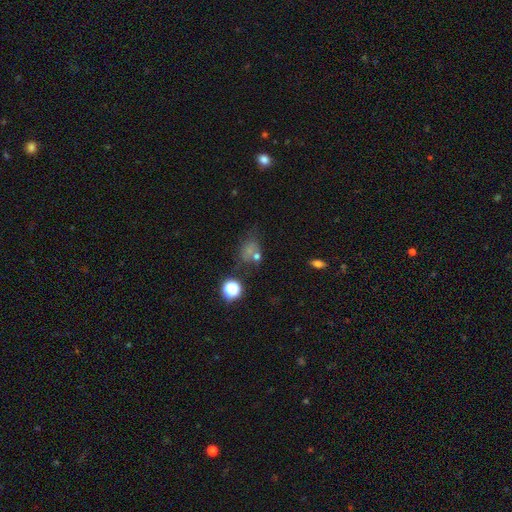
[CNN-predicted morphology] Q: Smooth or featured?
A: smooth (54%); runner-up: star or artifact (29%)
Q: How rounded?
A: in between (52%); runner-up: round (46%)
Q: Merging?
A: none (46%); runner-up: minor disturbance (20%)